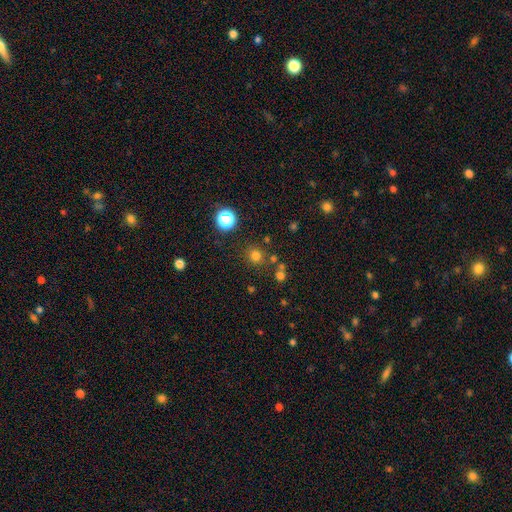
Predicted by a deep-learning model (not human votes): smooth-or-featured: smooth: 74% | star or artifact: 20% | featured or disk: 6%
  how-rounded: round: 91% | in between: 9% | cigar-shaped: 1%
  merging: none: 80% | minor disturbance: 8% | merger: 7% | major disturbance: 4%